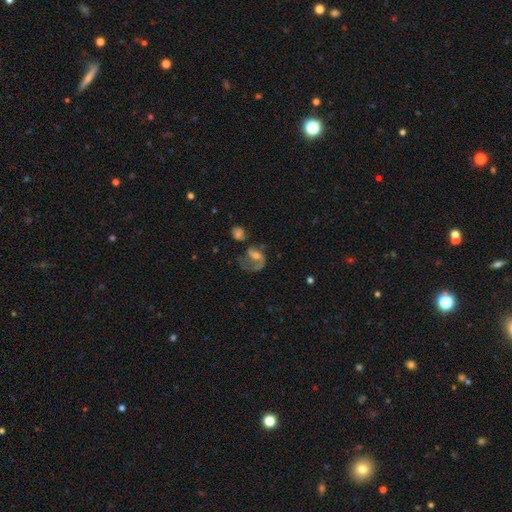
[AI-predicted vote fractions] featured or disk 69%, smooth 22%, star or artifact 9%. Down the decision tree: edge-on disk — no (97%); bar — no (44%); spiral arms — yes (83%); spiral arm count — 1 (46%); spiral winding — medium (42%); bulge size — moderate (51%); merging — major disturbance (38%).